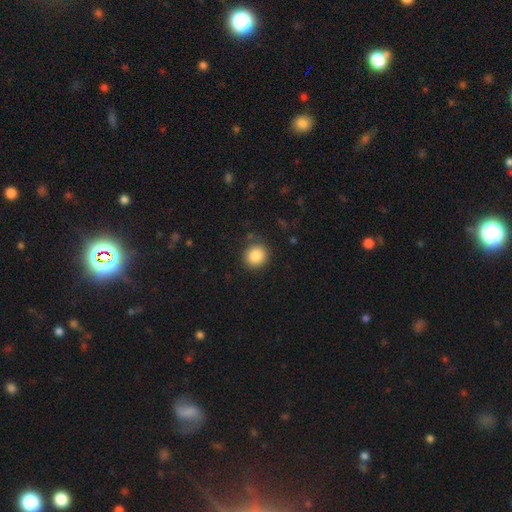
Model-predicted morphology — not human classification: A smooth galaxy with no disk features (86%) that is round (90%). Merging: none (86%).